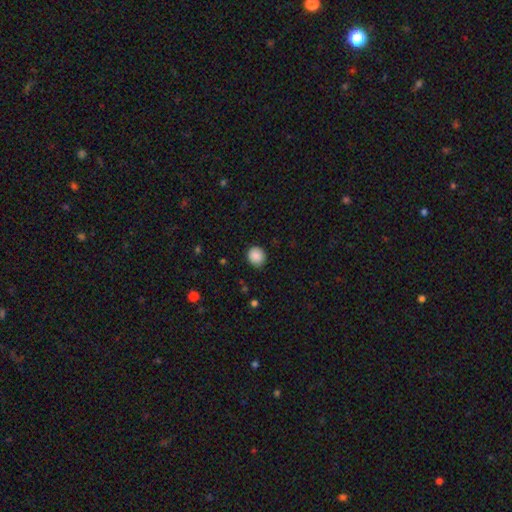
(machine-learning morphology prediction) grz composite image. It shows a smooth galaxy with no disk features (88%) that is round (82%). Merging: none (85%).